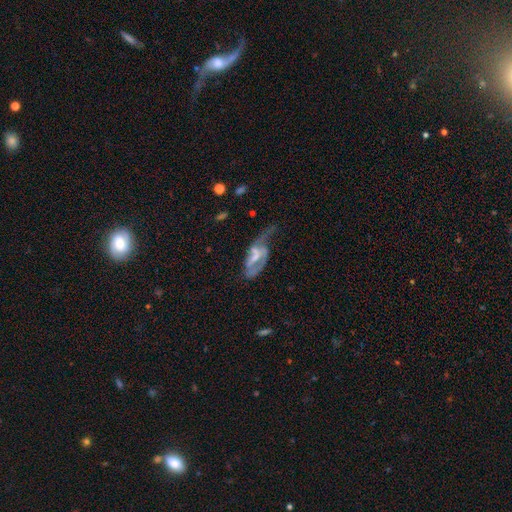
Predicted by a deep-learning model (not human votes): A featured or disk galaxy (67%) with a weak bar (42%), spiral arms (61%) and a moderate central bulge (35%, tied with small).

Vote fractions:
- Smooth or featured? featured or disk: 67% / smooth: 25% / star or artifact: 7%
- Edge-on disk? no: 93% / yes: 7%
- Bar? weak: 42% / no: 40% / strong: 19%
- Spiral arms? yes: 61% / no: 39%
- Bulge size? moderate: 35% (tied) / small: 35% (tied) / none: 22% / large: 6% / dominant: 2%
- Merging? major disturbance: 50% / minor disturbance: 22% / none: 20% / merger: 8%